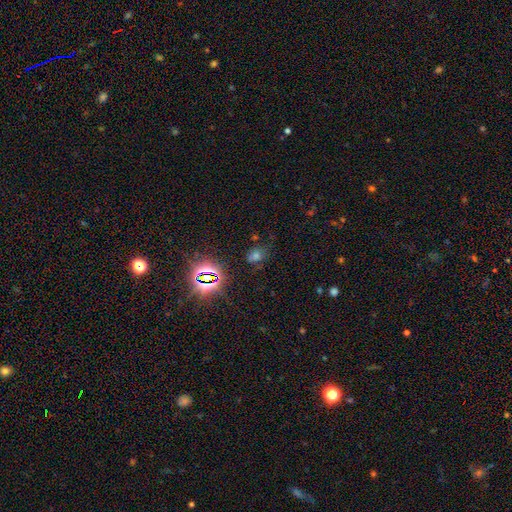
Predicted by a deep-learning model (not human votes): smooth_or_featured: star or artifact (p=0.54) [alt: smooth p=0.36]